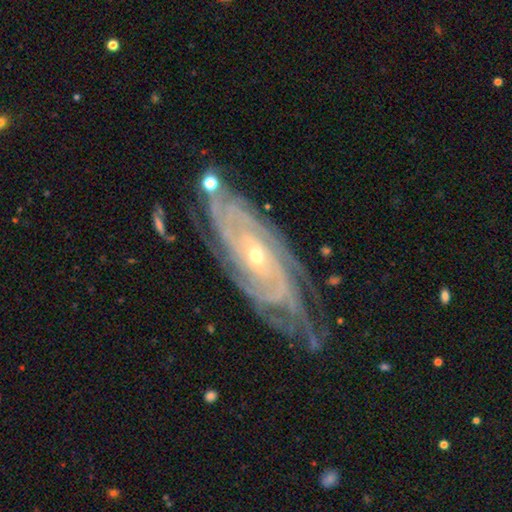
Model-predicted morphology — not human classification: Smooth or featured? Predicted: featured or disk (p=0.88). Edge-on disk? Predicted: no (p=0.90). Bar? Predicted: no (p=0.68). Spiral arms? Predicted: yes (p=0.97). Spiral winding? Predicted: tight (p=0.79). Spiral arm count? Predicted: can't tell (p=0.29). Bulge size? Predicted: small (p=0.68). Merging? Predicted: none (p=0.71).